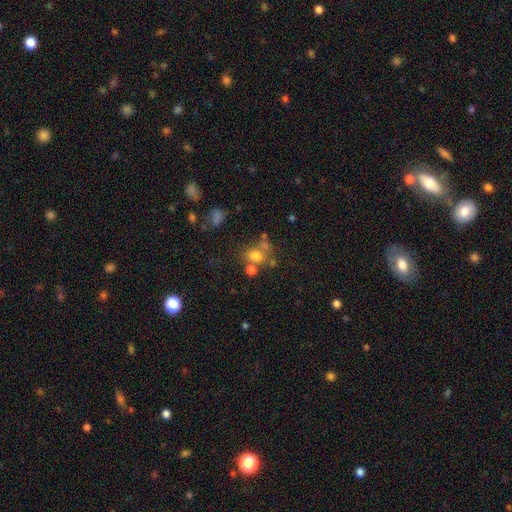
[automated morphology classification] The model was most divided on "merging": none: 51%, merger: 28%, minor disturbance: 13%, major disturbance: 8%. More confident: smooth or featured — smooth (71%); how rounded — round (63%).